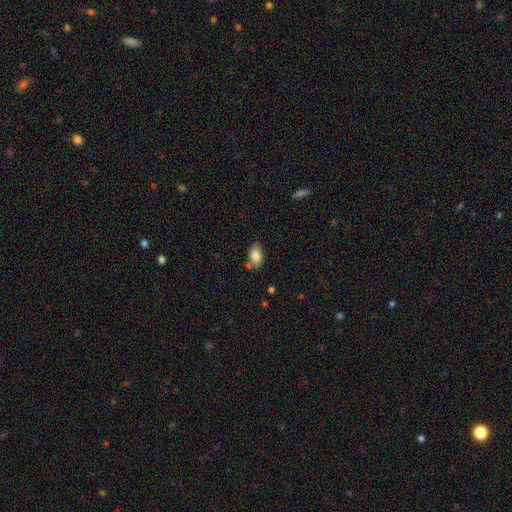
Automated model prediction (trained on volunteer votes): A smooth galaxy with no disk features (81%) that is in between round and cigar-shaped (92%). Merging: none (68%).